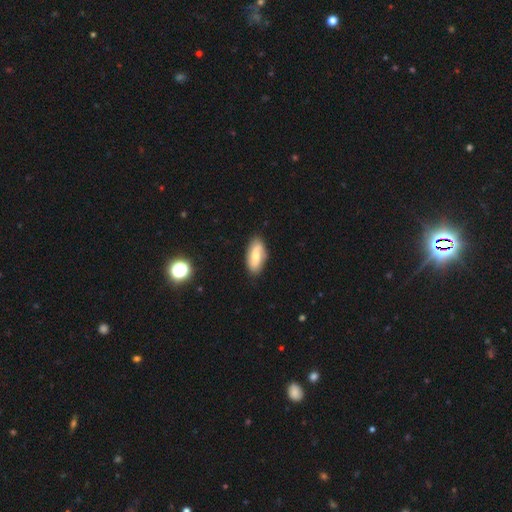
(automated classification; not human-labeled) Morphology: type=featured or disk (49%); merging=none (84%).